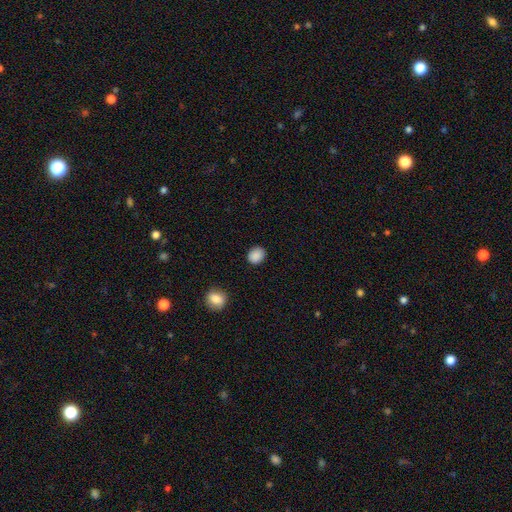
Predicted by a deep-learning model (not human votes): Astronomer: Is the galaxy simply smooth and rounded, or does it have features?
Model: smooth — 89%.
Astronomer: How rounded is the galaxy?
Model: round — 66%.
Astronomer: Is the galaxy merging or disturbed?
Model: none — 88%.